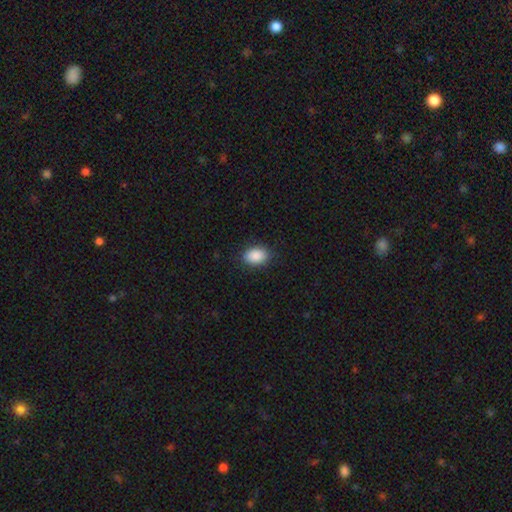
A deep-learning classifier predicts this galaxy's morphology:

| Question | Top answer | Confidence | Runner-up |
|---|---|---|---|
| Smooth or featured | smooth | 89% | star or artifact (7%) |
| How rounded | in between | 83% | round (15%) |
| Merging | none | 87% | minor disturbance (9%) |